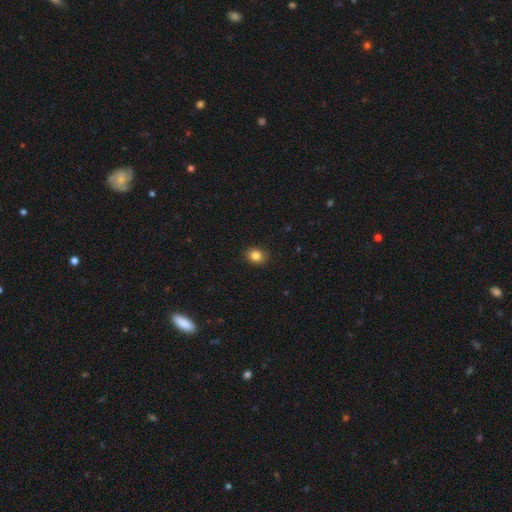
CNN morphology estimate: type=smooth (84%); roundness=round (62%); merging=none (88%).